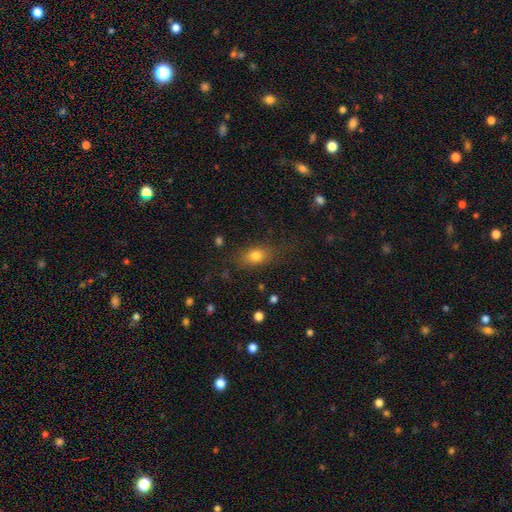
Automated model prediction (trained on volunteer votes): A smooth galaxy with no disk features (76%) that is in between round and cigar-shaped (72%). Merging: none (74%).